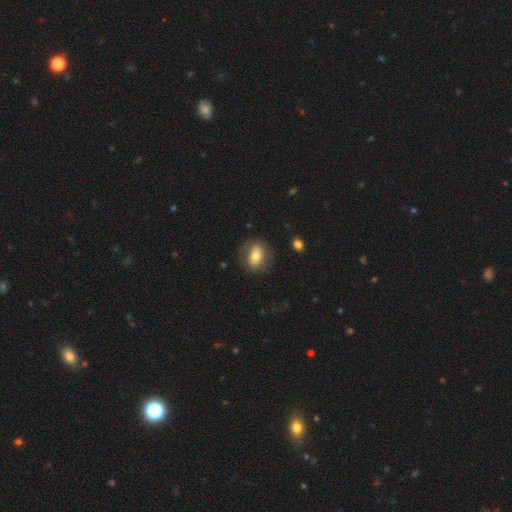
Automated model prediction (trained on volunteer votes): Smooth or featured: smooth — 71% (featured or disk — 22%)
How rounded: in between — 73% (round — 24%)
Merging: none — 80% (minor disturbance — 14%)